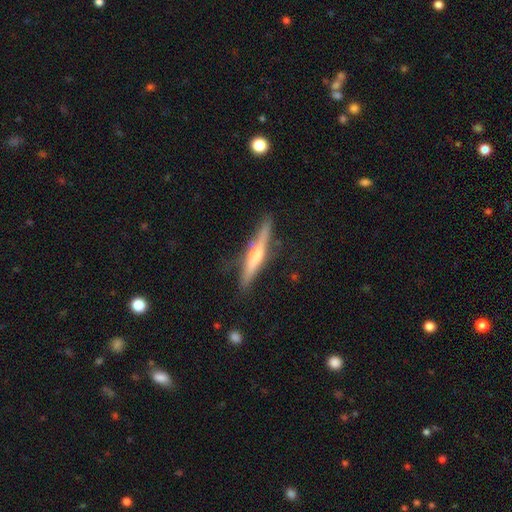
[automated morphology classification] Smooth or featured? Predicted: featured or disk (p=0.60). Edge-on disk? Predicted: yes (p=0.96). Edge-on bulge? Predicted: rounded (p=0.68). Merging? Predicted: none (p=0.79).